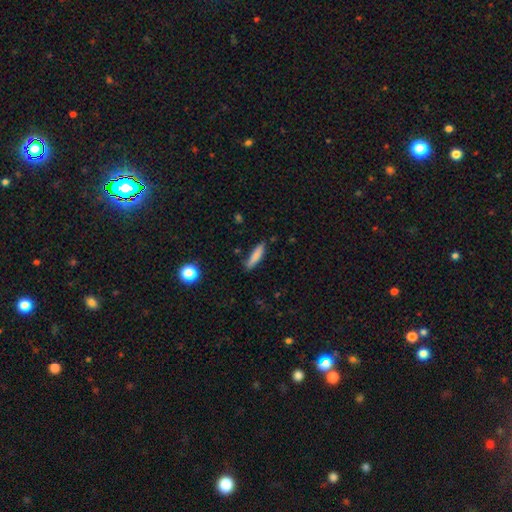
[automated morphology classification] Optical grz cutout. It shows a smooth galaxy with no disk features (83%) that is cigar-shaped (77%). Merging: none (82%).